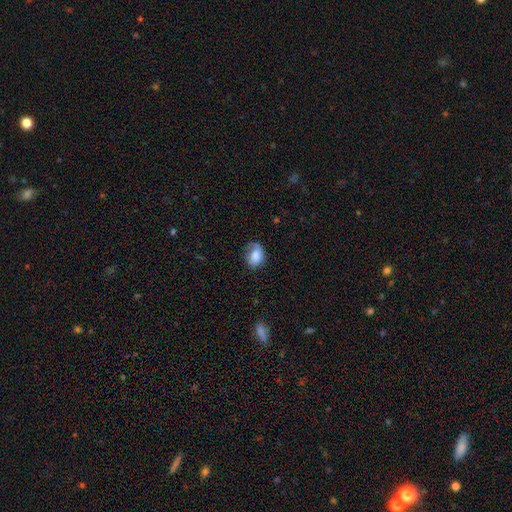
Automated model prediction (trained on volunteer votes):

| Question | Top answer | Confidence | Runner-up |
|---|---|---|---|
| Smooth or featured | smooth | 69% | featured or disk (23%) |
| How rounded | in between | 65% | round (33%) |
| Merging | none | 53% | minor disturbance (30%) |